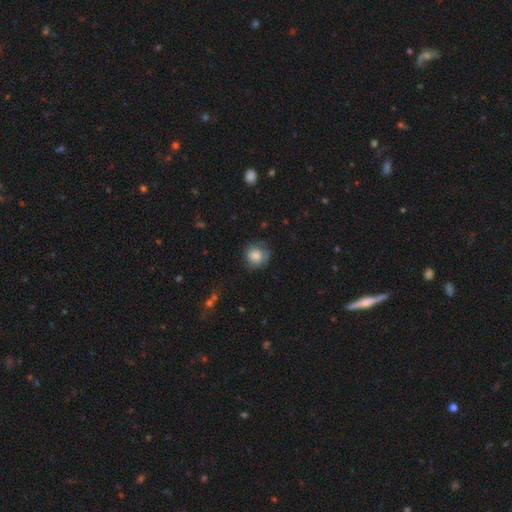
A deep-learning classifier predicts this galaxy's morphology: smooth_or_featured: smooth (p=0.78) [alt: featured or disk p=0.14]
how_rounded: round (p=0.85) [alt: in between p=0.14]
merging: none (p=0.65) [alt: minor disturbance p=0.24]